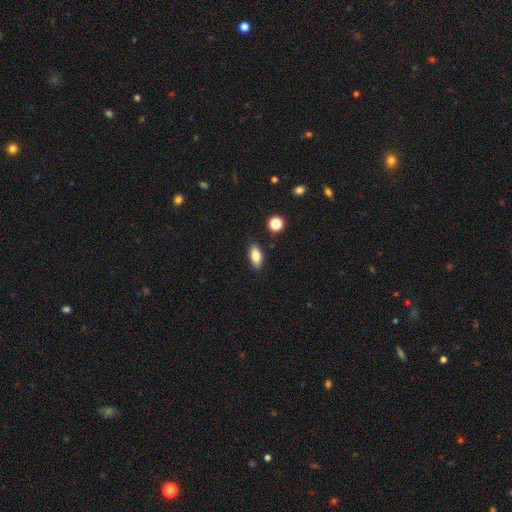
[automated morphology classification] Smooth or featured? smooth (81%)
How rounded? in between (85%)
Merging? none (85%)